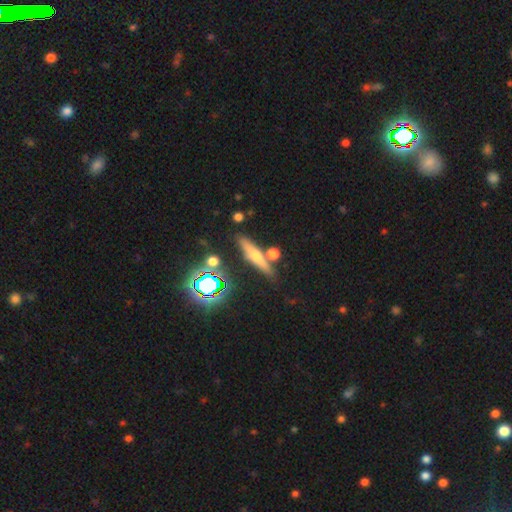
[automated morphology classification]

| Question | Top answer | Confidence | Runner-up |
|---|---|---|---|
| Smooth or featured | featured or disk | 47% | smooth (35%) |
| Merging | none | 78% | minor disturbance (10%) |